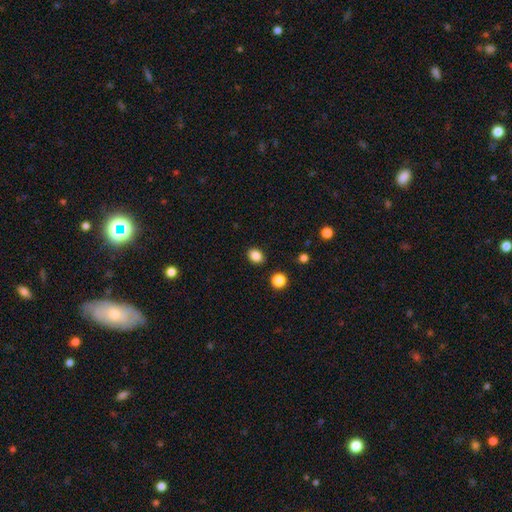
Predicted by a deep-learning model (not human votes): The model was most divided on "how rounded": in between: 63%, round: 36%, cigar-shaped: 1%. More confident: merging — none (88%); smooth or featured — smooth (85%).